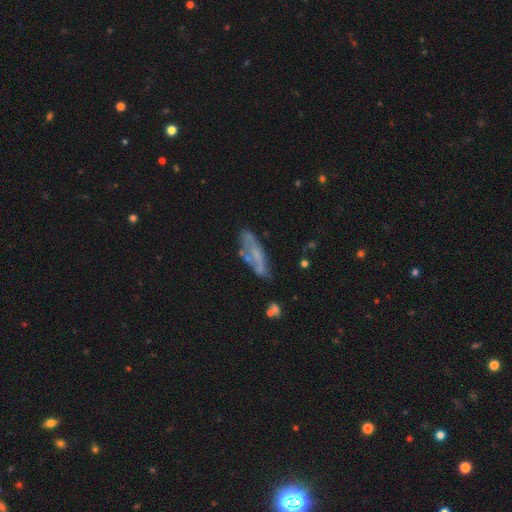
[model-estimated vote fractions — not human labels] Smooth or featured? featured or disk (49%)
Merging? none (56%)